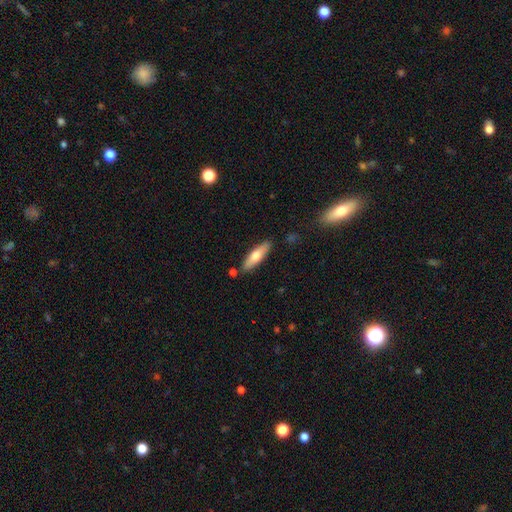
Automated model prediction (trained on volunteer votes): A smooth galaxy with no disk features (62%) that is cigar-shaped (63%).

Vote fractions:
- Smooth or featured? smooth: 62% / featured or disk: 32% / star or artifact: 6%
- How rounded? cigar-shaped: 63% / in between: 35% / round: 2%
- Merging? none: 83% / minor disturbance: 11% / merger: 4% / major disturbance: 2%